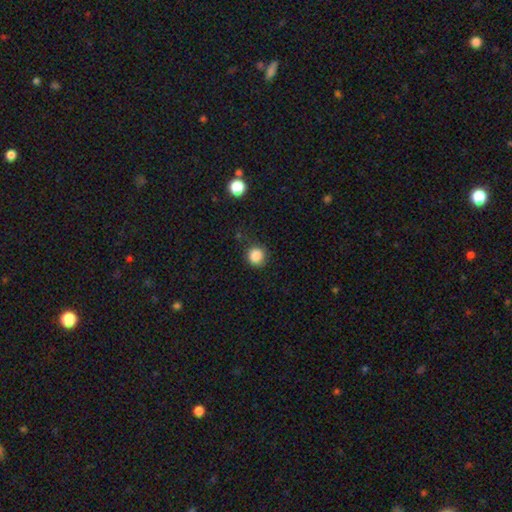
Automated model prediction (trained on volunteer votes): This is clearly a smooth galaxy (87%). How rounded: clearly round (88%). Merging: likely none (80%).